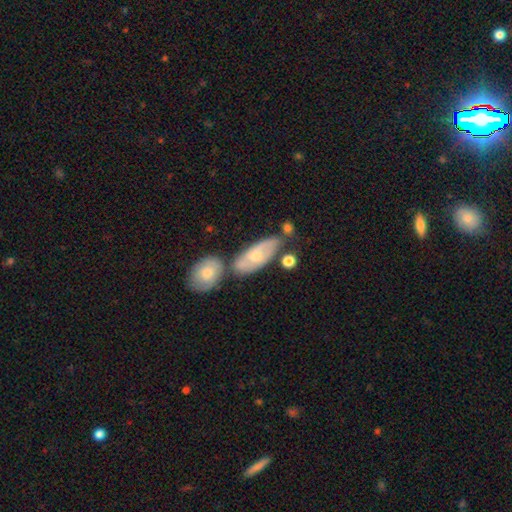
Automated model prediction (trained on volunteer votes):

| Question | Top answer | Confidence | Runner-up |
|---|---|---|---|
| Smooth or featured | smooth | 47% | featured or disk (46%) |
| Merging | none | 49% | merger (28%) |